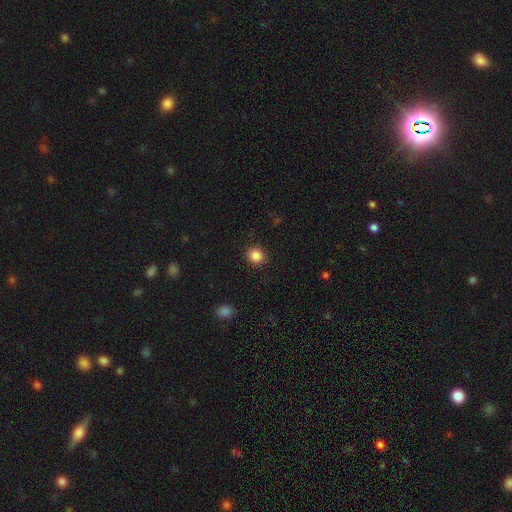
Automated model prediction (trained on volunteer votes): Q: Smooth or featured?
A: smooth (86%); runner-up: star or artifact (10%)
Q: How rounded?
A: round (85%); runner-up: in between (14%)
Q: Merging?
A: none (91%); runner-up: minor disturbance (6%)